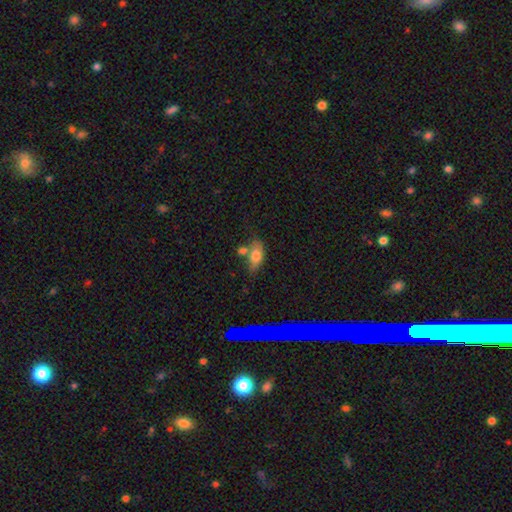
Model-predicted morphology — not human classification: Q: Smooth or featured?
A: smooth (72%); runner-up: featured or disk (18%)
Q: How rounded?
A: in between (83%); runner-up: cigar-shaped (11%)
Q: Merging?
A: none (47%); runner-up: merger (23%)